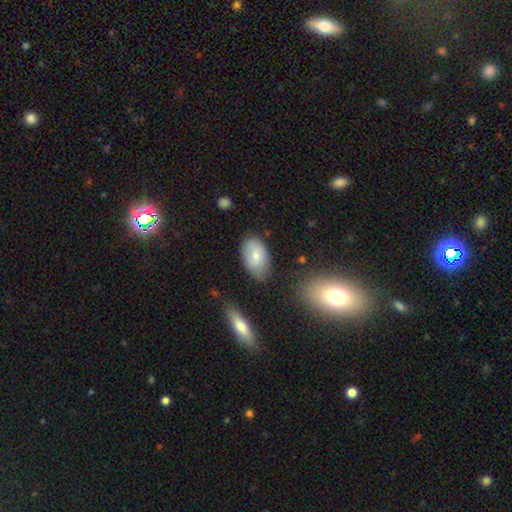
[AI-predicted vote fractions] smooth_or_featured: smooth (p=0.73) [alt: featured or disk p=0.20]
how_rounded: in between (p=0.92) [alt: round p=0.07]
merging: none (p=0.69) [alt: minor disturbance p=0.22]